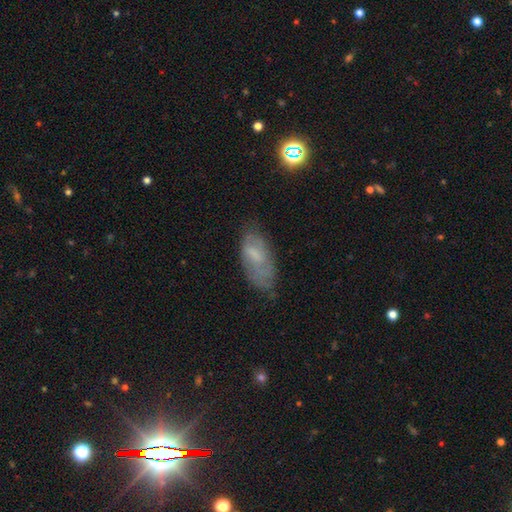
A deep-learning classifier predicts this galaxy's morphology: This appears to be a smooth galaxy with no disk features (49%). Merging: none (57%).